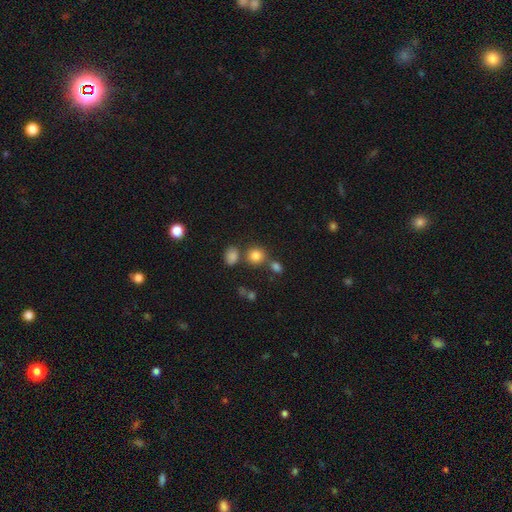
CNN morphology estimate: smooth 81%, star or artifact 13%, featured or disk 6%. Down the decision tree: how rounded — round (84%); merging — none (66%).